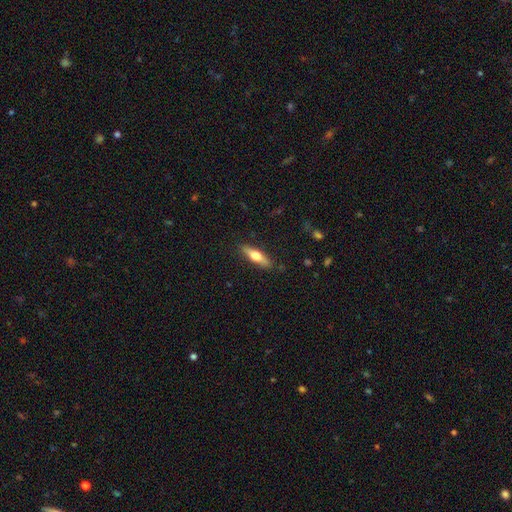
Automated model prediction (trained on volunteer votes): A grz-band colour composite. It shows a smooth galaxy with no disk features (54%) that is cigar-shaped (67%). Merging: none (87%).